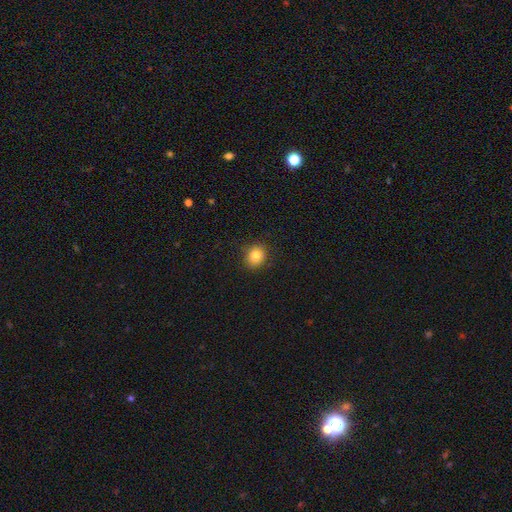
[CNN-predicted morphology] A smooth galaxy with no disk features (83%) that is round (69%).

Vote fractions:
- Smooth or featured? smooth: 83% / star or artifact: 11% / featured or disk: 6%
- How rounded? round: 69% / in between: 30% / cigar-shaped: 1%
- Merging? none: 88% / minor disturbance: 9% / major disturbance: 2% / merger: 1%